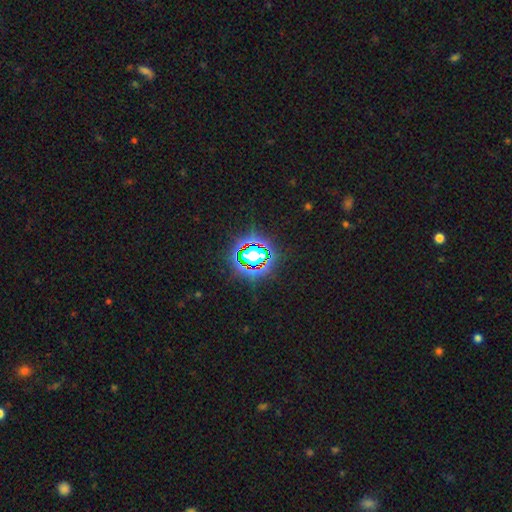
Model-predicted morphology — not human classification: Smooth or featured: star or artifact — 74% (smooth — 15%)